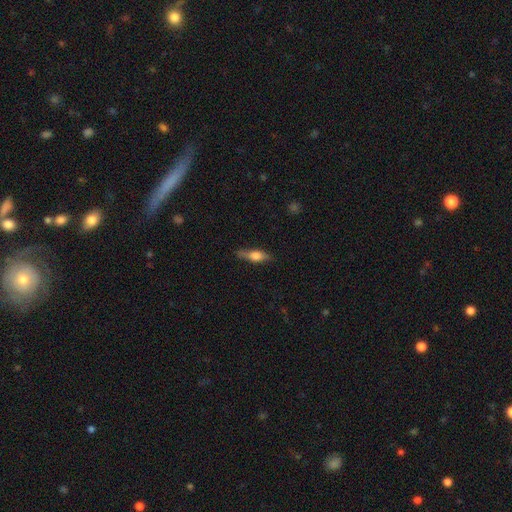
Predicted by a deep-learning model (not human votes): Overall: smooth (56%; featured or disk 37%). How rounded: cigar-shaped (51%; in between 45%). Merging: none (75%).